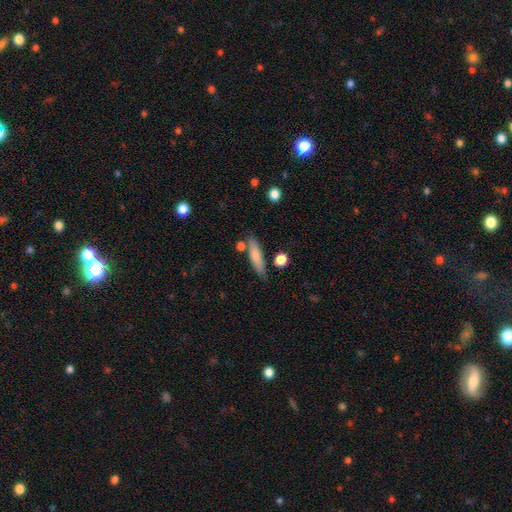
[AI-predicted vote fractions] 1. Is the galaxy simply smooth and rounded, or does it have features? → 75% smooth, 18% featured or disk, 7% star or artifact.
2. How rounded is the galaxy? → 70% cigar-shaped, 27% in between, 2% round.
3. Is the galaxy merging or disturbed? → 74% none, 15% minor disturbance, 8% merger, 4% major disturbance.